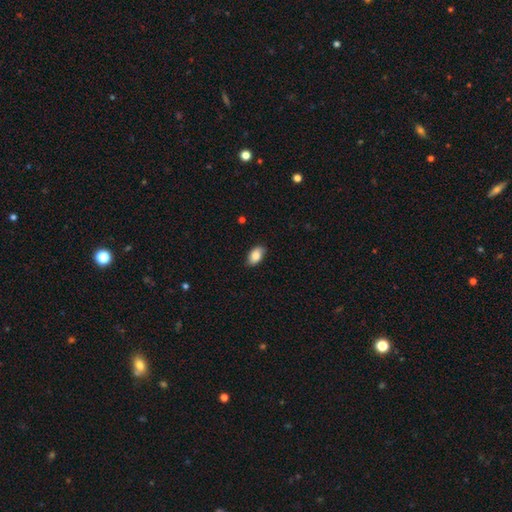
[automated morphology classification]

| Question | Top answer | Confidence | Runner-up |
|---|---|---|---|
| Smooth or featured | smooth | 83% | featured or disk (10%) |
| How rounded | in between | 92% | round (6%) |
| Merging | none | 83% | minor disturbance (14%) |